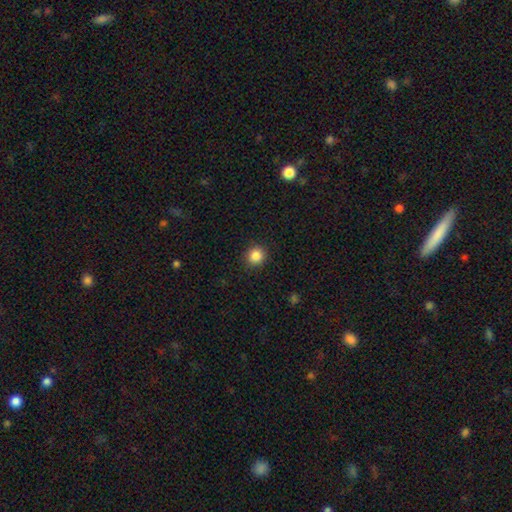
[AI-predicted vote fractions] This is clearly a smooth galaxy (86%). How rounded: clearly round (90%). Merging: clearly none (91%).